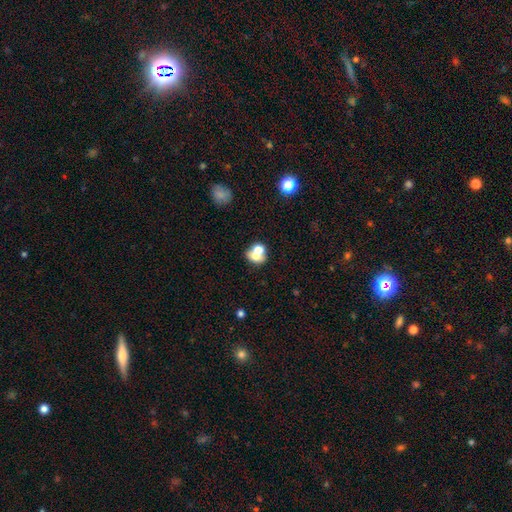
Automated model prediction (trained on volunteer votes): Smooth or featured? smooth (64%)
How rounded? round (63%)
Merging? merger (55%)